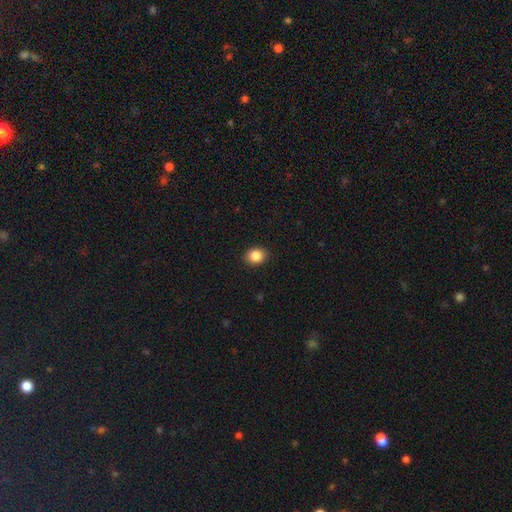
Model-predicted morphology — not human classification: This is clearly a smooth galaxy (86%). How rounded: possibly round (54%). Merging: clearly none (90%).